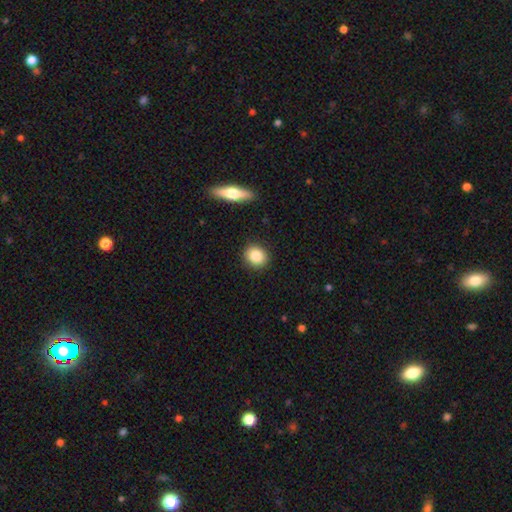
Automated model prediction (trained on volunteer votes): smooth_or_featured: smooth (p=0.85) [alt: star or artifact p=0.08]
how_rounded: round (p=0.74) [alt: in between p=0.24]
merging: none (p=0.90) [alt: minor disturbance p=0.07]